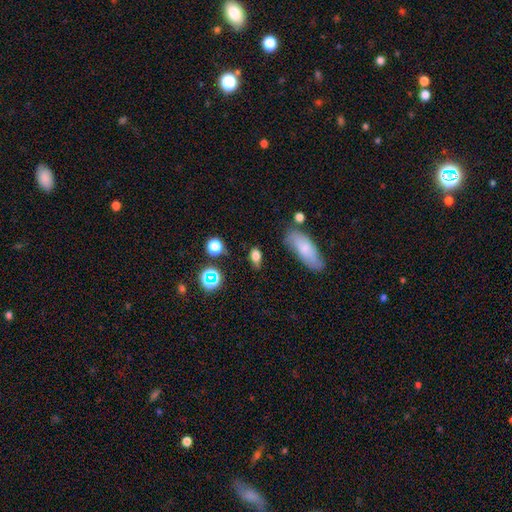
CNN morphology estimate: Smooth or featured? Predicted: smooth (p=0.75). How rounded? Predicted: in between (p=0.78). Merging? Predicted: none (p=0.70).